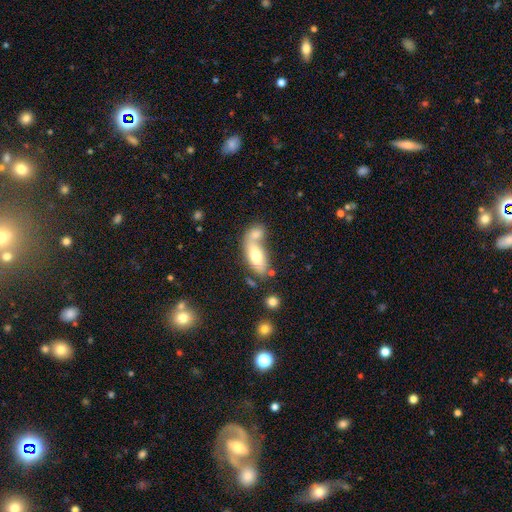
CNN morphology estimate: A smooth galaxy with no disk features (70%) that is in between round and cigar-shaped (80%). Merging: merger (51%).